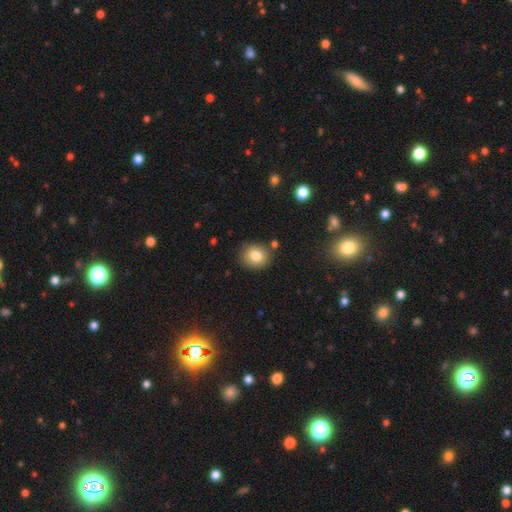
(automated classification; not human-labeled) This is clearly a smooth galaxy (81%). How rounded: likely round (70%). Merging: clearly none (83%).